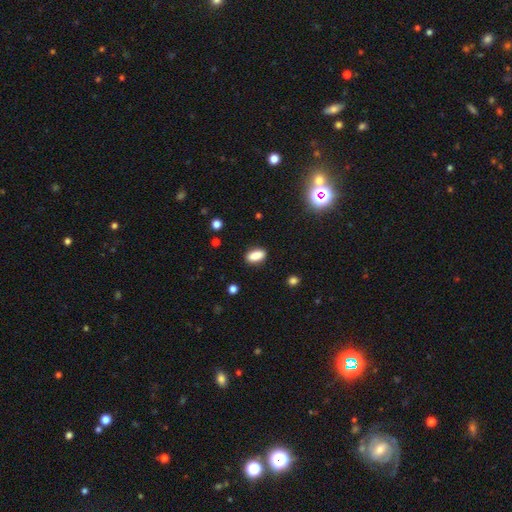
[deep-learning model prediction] Smooth or featured?
  - smooth: 87% *
  - star or artifact: 8%
  - featured or disk: 4%
How rounded?
  - in between: 89% *
  - cigar-shaped: 7%
  - round: 5%
Merging?
  - none: 87% *
  - minor disturbance: 10%
  - major disturbance: 2%
  - merger: 1%